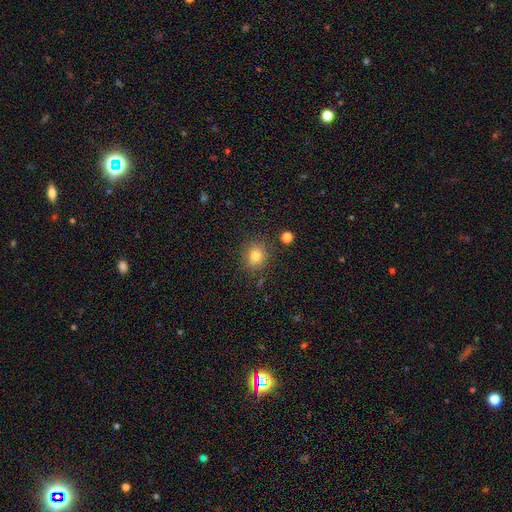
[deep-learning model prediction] Smooth or featured? Predicted: smooth (p=0.79). How rounded? Predicted: round (p=0.78). Merging? Predicted: none (p=0.84).